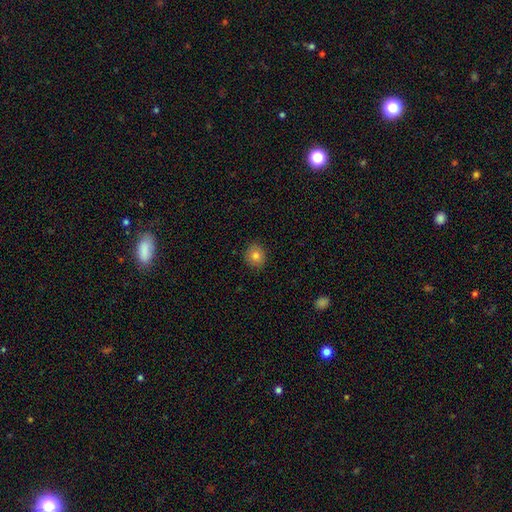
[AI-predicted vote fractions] This appears to be a smooth galaxy with no disk features (81%) that is round (81%). Merging: none (89%).